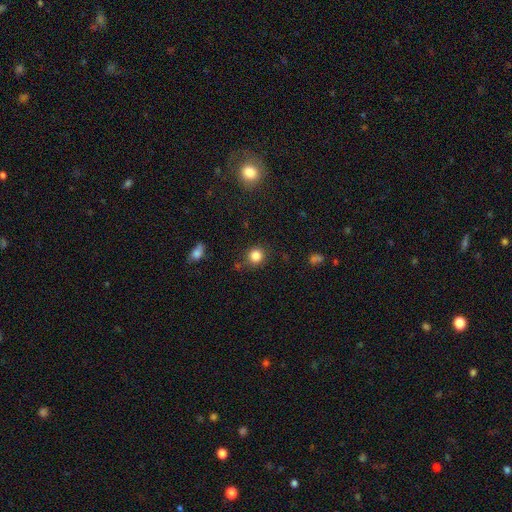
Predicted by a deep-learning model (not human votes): smooth-or-featured: smooth: 84% | star or artifact: 12% | featured or disk: 5%
  how-rounded: round: 88% | in between: 11% | cigar-shaped: 1%
  merging: none: 84% | minor disturbance: 10% | major disturbance: 3% | merger: 3%